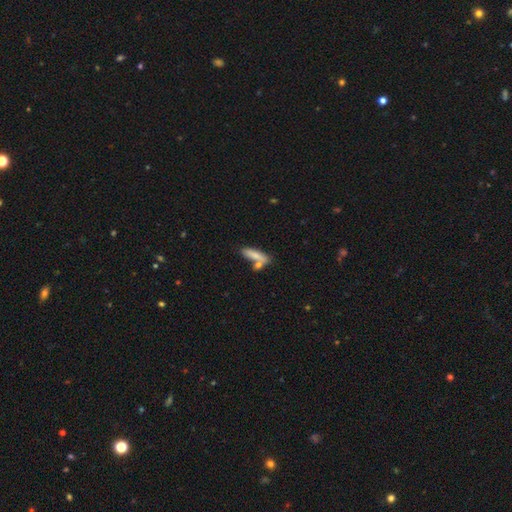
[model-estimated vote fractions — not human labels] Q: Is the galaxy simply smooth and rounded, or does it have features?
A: smooth — 79%.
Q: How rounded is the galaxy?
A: cigar-shaped — 65%.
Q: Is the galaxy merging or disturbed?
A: none — 58%.